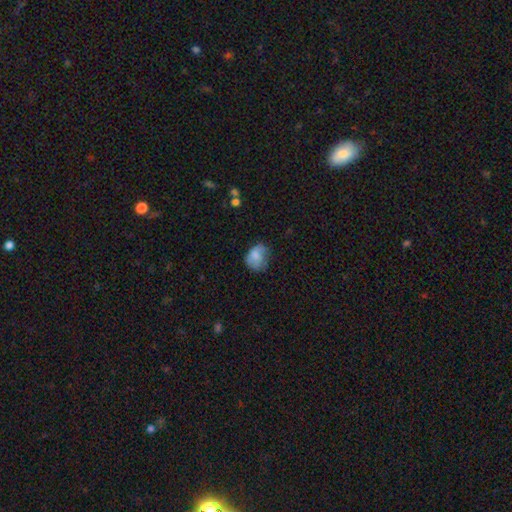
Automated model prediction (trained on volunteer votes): Smooth or featured: smooth — 72% (featured or disk — 19%)
How rounded: in between — 53% (round — 46%)
Merging: none — 49% (minor disturbance — 32%)